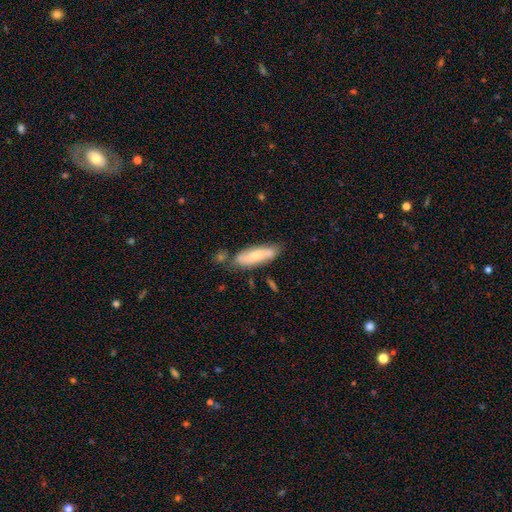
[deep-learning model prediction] Q: Smooth or featured?
A: smooth (55%); runner-up: featured or disk (39%)
Q: How rounded?
A: in between (52%); runner-up: cigar-shaped (46%)
Q: Merging?
A: none (67%); runner-up: minor disturbance (20%)